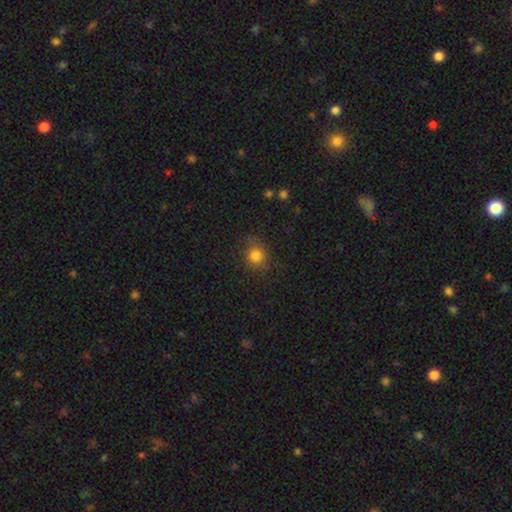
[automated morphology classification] The model was most divided on "merging": none: 78%, minor disturbance: 15%, major disturbance: 6%, merger: 1%. More confident: how rounded — round (85%); smooth or featured — smooth (81%).